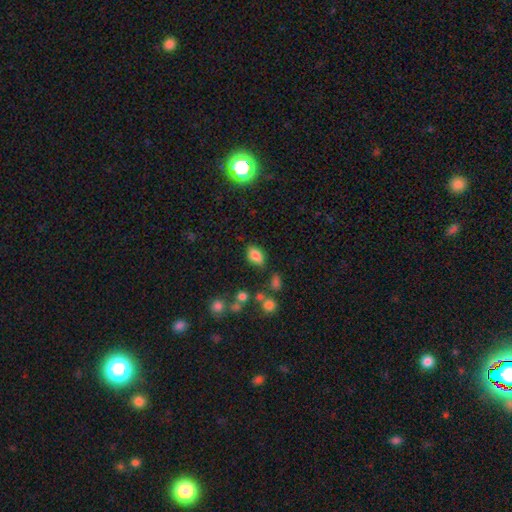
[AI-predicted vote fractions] A smooth galaxy with no disk features (82%) that is in between round and cigar-shaped (86%). Merging: none (74%).